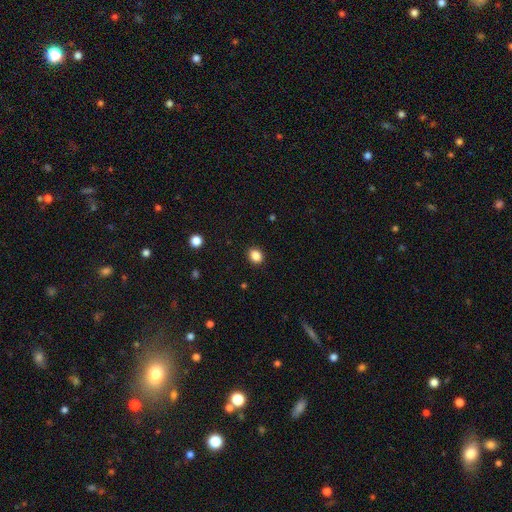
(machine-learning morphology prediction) Overall: smooth (86%). How rounded: round (59%; in between 41%). Merging: none (90%).